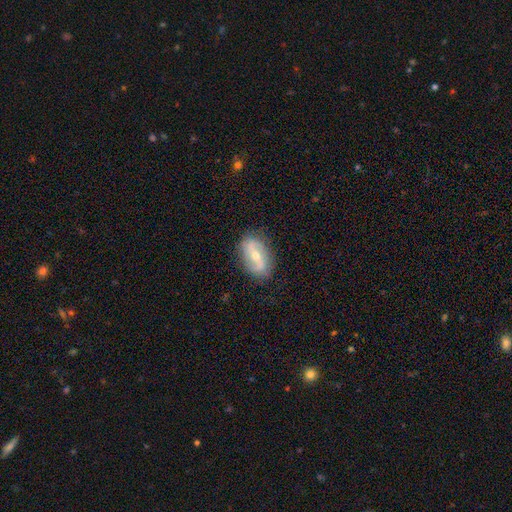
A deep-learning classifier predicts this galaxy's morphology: type=featured or disk (72%); edge-on=no (94%); bar=weak (37%); spiral arms=yes (82%); winding=loose (53%); arm count=2 (88%); bulge=moderate (50%); merging=none (83%).